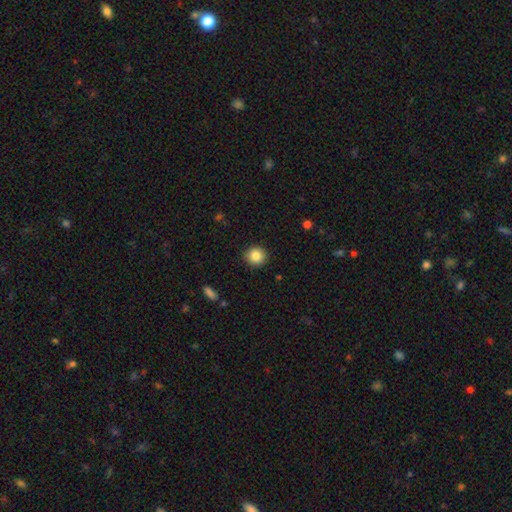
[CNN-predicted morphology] Overall: smooth (86%). How rounded: round (90%). Merging: none (91%).